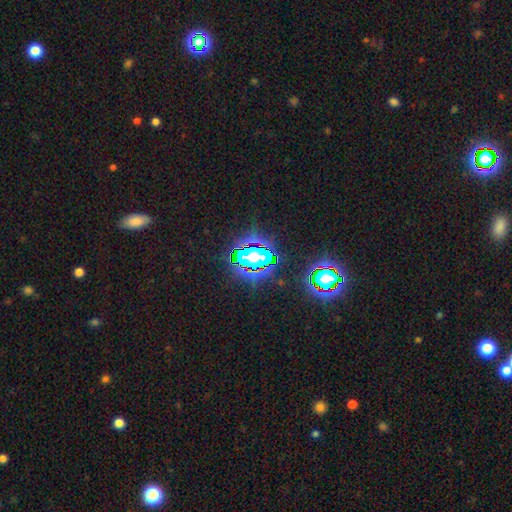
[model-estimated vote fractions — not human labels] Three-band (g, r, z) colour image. It shows a star or artifact, not a galaxy (66%).